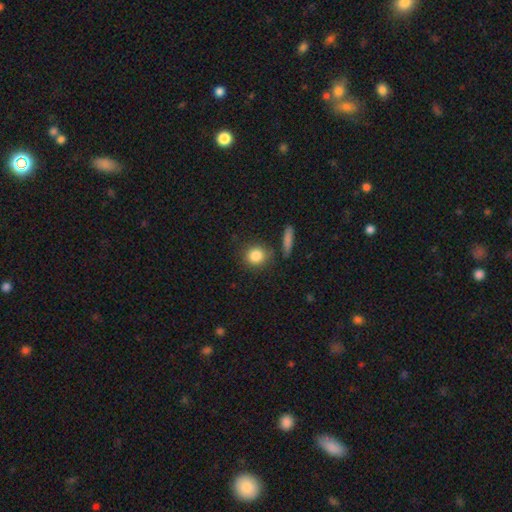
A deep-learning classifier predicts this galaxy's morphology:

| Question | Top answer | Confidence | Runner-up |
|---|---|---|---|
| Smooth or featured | smooth | 85% | star or artifact (9%) |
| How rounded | round | 82% | in between (15%) |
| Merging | none | 80% | minor disturbance (11%) |